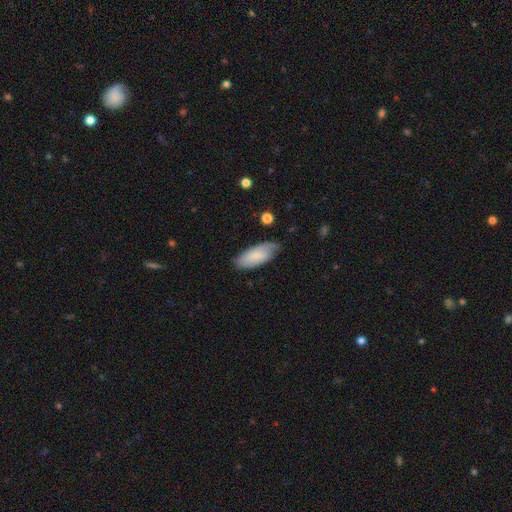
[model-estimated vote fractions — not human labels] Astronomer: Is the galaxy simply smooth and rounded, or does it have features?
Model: smooth — 71%.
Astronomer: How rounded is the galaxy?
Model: in between — 84%.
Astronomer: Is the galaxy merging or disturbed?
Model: none — 66%.